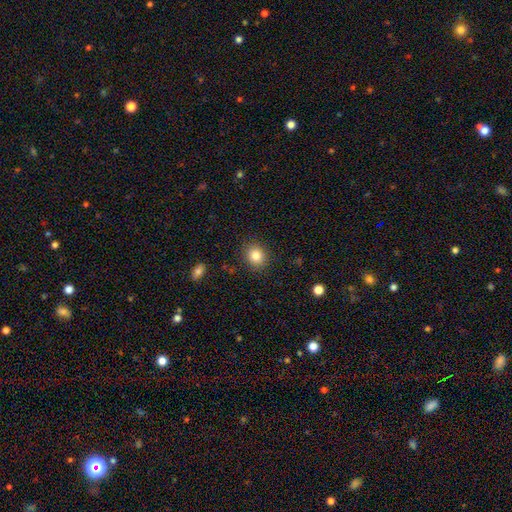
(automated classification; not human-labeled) This is clearly a smooth galaxy (84%). How rounded: likely round (74%). Merging: clearly none (88%).